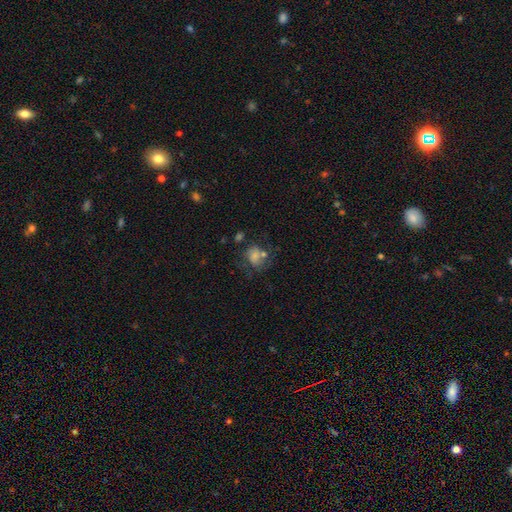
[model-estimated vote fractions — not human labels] Q: Smooth or featured?
A: smooth (61%); runner-up: featured or disk (26%)
Q: How rounded?
A: round (52%); runner-up: in between (47%)
Q: Merging?
A: none (38%); runner-up: major disturbance (22%)